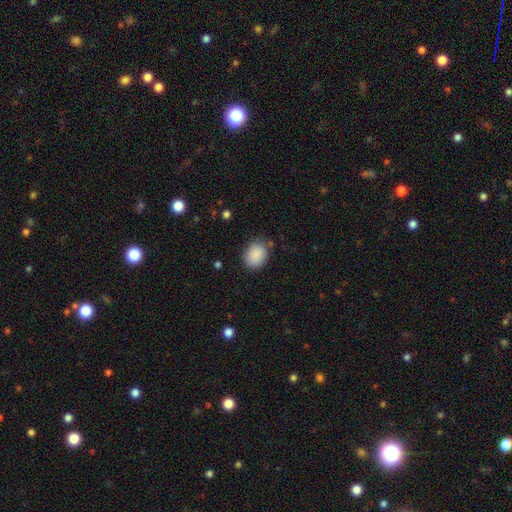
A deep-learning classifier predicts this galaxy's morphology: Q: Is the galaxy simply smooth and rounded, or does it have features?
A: smooth — 89%.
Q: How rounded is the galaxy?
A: in between — 50%.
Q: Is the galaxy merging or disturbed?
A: none — 80%.